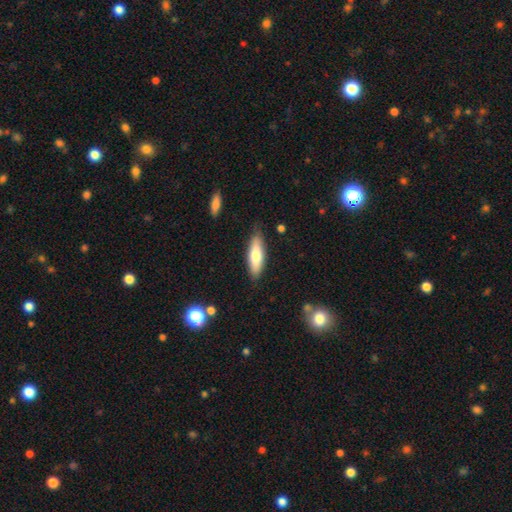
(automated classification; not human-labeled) smooth 70%, featured or disk 24%, star or artifact 6%. Down the decision tree: how rounded — cigar-shaped (50%); merging — none (83%).